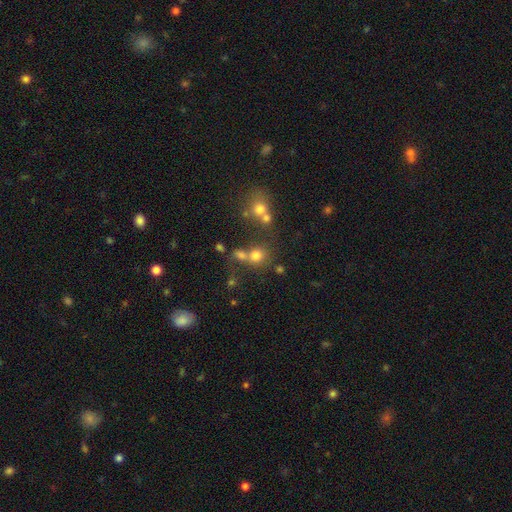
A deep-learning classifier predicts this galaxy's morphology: A smooth galaxy with no disk features (72%) that is round (82%).

Vote fractions:
- Smooth or featured? smooth: 72% / star or artifact: 17% / featured or disk: 11%
- How rounded? round: 82% / in between: 16% / cigar-shaped: 1%
- Merging? none: 51% / merger: 33% / minor disturbance: 10% / major disturbance: 6%